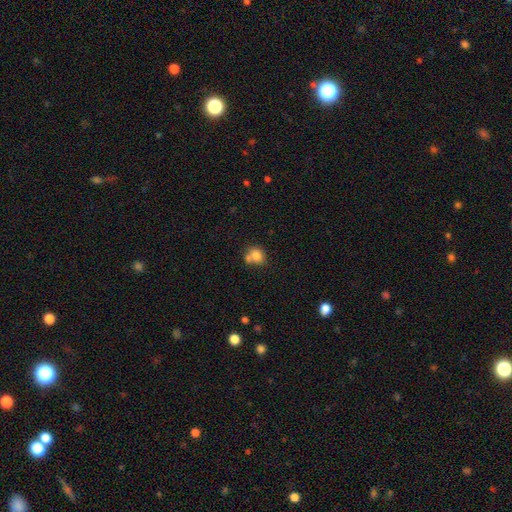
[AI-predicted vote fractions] Smooth or featured? smooth (79%)
How rounded? round (60%)
Merging? none (43%)